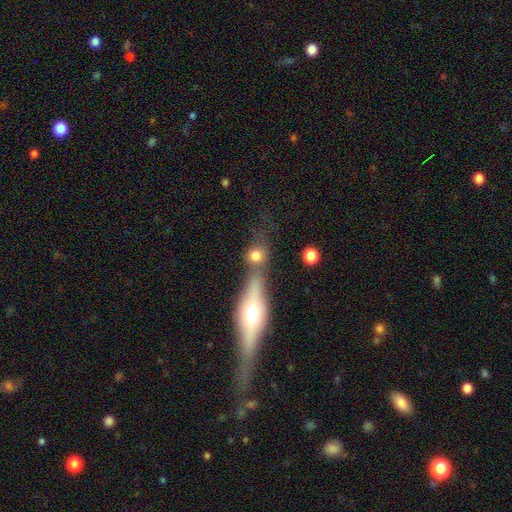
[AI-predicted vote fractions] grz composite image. It shows a smooth galaxy with no disk features (74%) that is round (70%). Merging: none (43%).